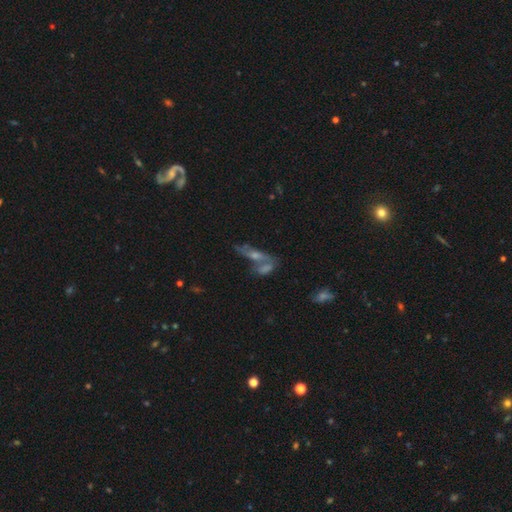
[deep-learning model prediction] This appears to be a featured or disk galaxy (39%). Merging: none (42%).